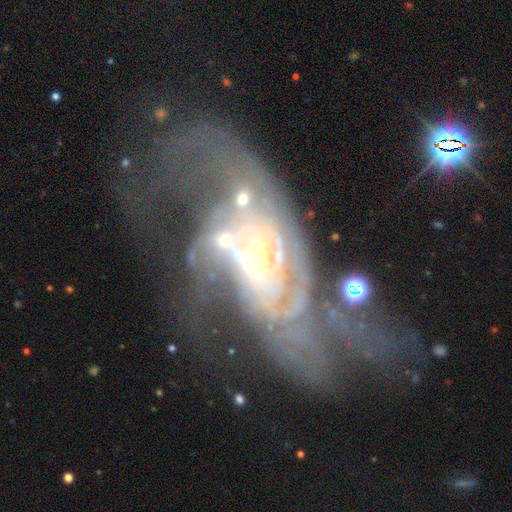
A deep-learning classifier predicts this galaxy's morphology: Smooth or featured: featured or disk — 82% (smooth — 9%)
Edge-on disk: no — 95% (yes — 5%)
Bar: no — 67% (weak — 24%)
Spiral arms: yes — 83% (no — 17%)
Spiral winding: medium — 38% (tight — 36%)
Spiral arm count: can't tell — 37% (2 — 31%)
Bulge size: small — 58% (moderate — 33%)
Merging: major disturbance — 44% (merger — 27%)